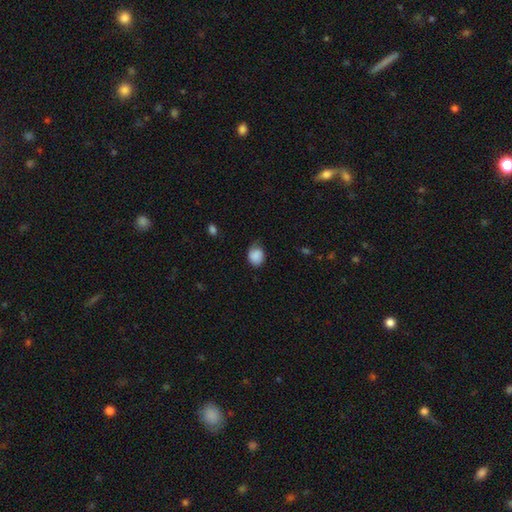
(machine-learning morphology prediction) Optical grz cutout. It shows a smooth galaxy with no disk features (84%) that is round (53%). Merging: none (57%).